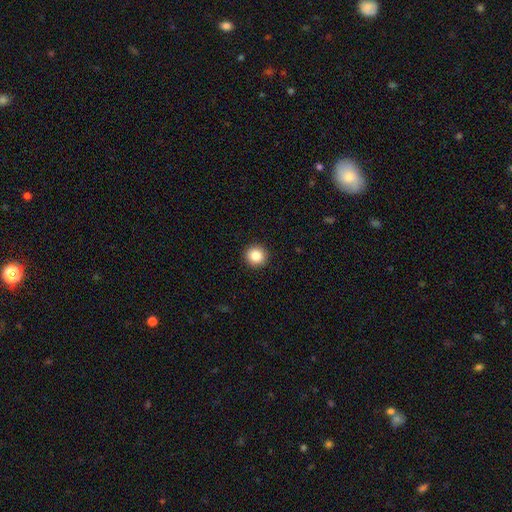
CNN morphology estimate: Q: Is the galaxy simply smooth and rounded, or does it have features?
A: smooth — 87%.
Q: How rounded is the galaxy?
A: round — 94%.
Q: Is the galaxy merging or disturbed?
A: none — 93%.